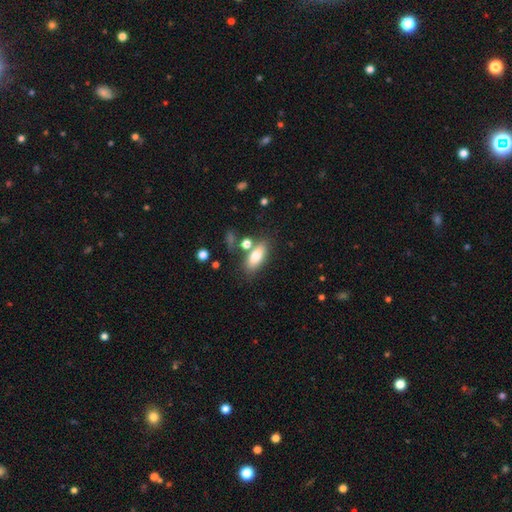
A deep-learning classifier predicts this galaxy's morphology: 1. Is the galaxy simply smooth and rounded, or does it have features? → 78% smooth, 14% featured or disk, 8% star or artifact.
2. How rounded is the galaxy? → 79% in between, 16% cigar-shaped, 4% round.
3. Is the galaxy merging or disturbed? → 66% none, 16% merger, 14% minor disturbance, 5% major disturbance.